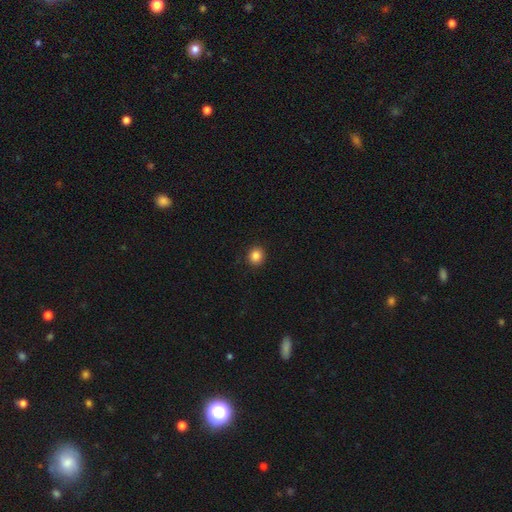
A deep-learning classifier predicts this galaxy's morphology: Smooth or featured? smooth (86%)
How rounded? round (83%)
Merging? none (92%)